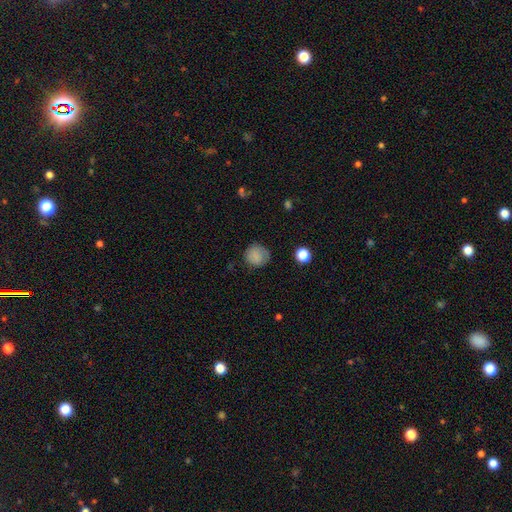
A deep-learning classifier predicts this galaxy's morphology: smooth_or_featured: smooth (p=0.84) [alt: star or artifact p=0.10]
how_rounded: round (p=0.89) [alt: in between p=0.10]
merging: none (p=0.78) [alt: minor disturbance p=0.16]